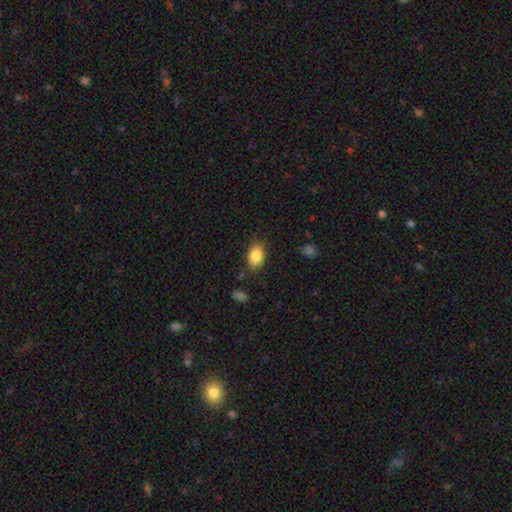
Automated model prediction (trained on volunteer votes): Morphology: type=smooth (85%); roundness=in between (86%); merging=none (81%).